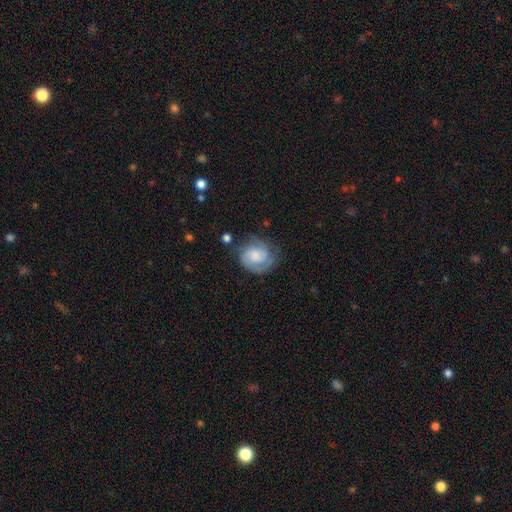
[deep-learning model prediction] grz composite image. It shows a featured or disk galaxy (64%) with no bar (62%), 2 (53%) tight (54%) spiral arms (91%) and a small central bulge (28%). Merging: none (66%).